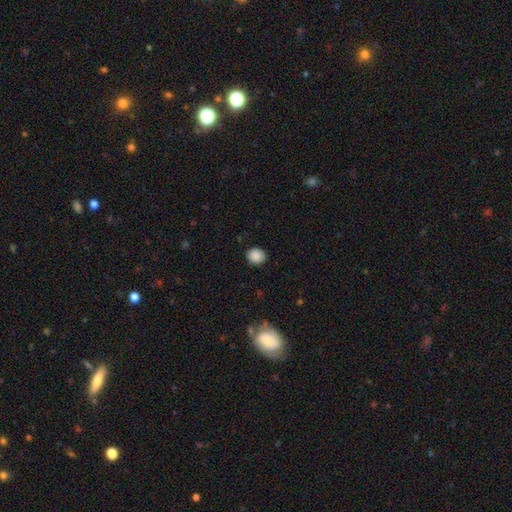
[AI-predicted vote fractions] smooth-or-featured: smooth: 87% | star or artifact: 10% | featured or disk: 3%
  how-rounded: round: 82% | in between: 17% | cigar-shaped: 1%
  merging: none: 87% | minor disturbance: 9% | major disturbance: 2% | merger: 1%